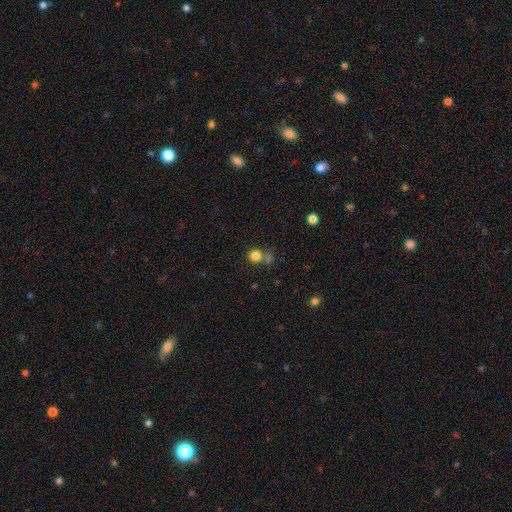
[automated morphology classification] The model was most divided on "merging": none: 64%, merger: 25%, minor disturbance: 8%, major disturbance: 3%. More confident: how rounded — round (89%); smooth or featured — smooth (81%).